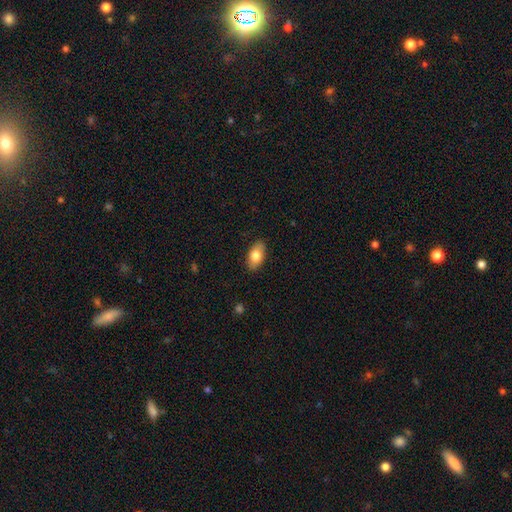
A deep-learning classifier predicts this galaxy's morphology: smooth_or_featured: smooth (p=0.78) [alt: featured or disk p=0.15]
how_rounded: in between (p=0.92) [alt: round p=0.05]
merging: none (p=0.87) [alt: minor disturbance p=0.10]